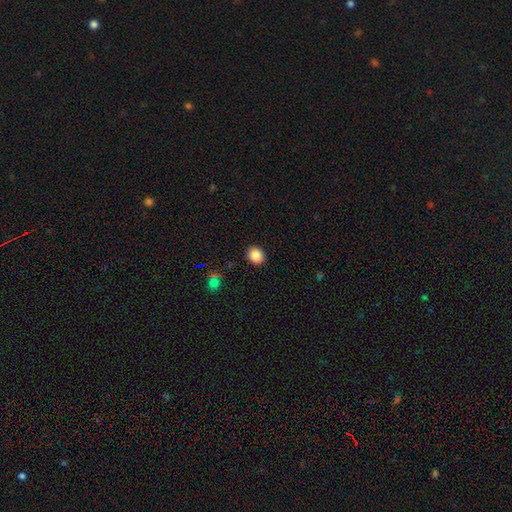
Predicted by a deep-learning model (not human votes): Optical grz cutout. It shows a smooth galaxy with no disk features (88%) that is round (73%). Merging: none (90%).